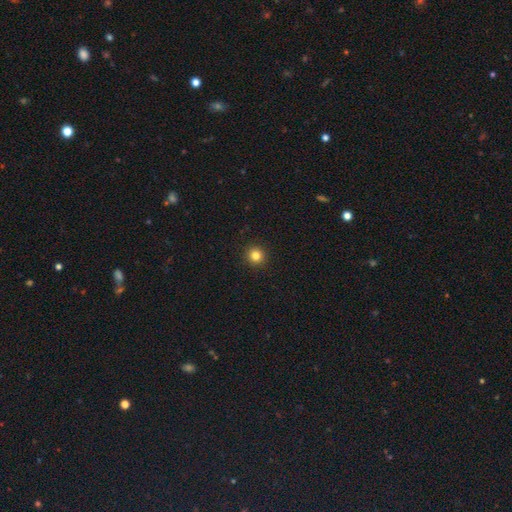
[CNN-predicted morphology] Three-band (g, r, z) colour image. It shows a smooth galaxy with no disk features (82%) that is round (95%). Merging: none (93%).